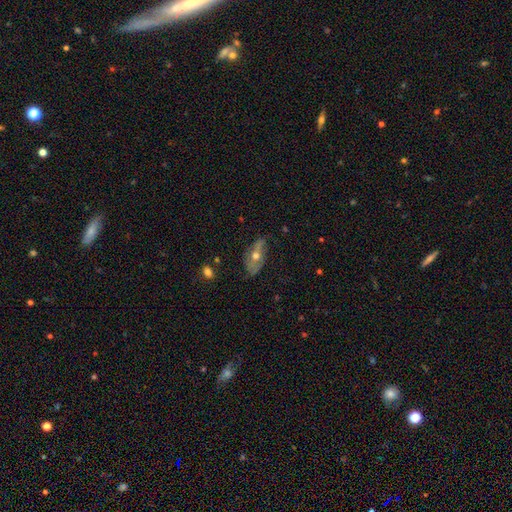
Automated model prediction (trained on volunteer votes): Q: Smooth or featured?
A: featured or disk (58%); runner-up: smooth (33%)
Q: Edge-on disk?
A: no (80%); runner-up: yes (20%)
Q: Merging?
A: none (58%); runner-up: minor disturbance (28%)